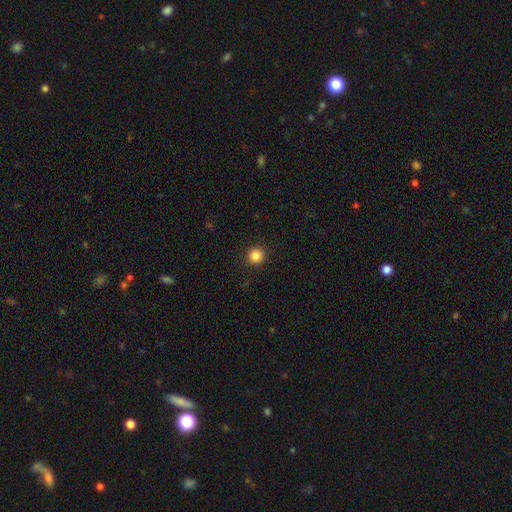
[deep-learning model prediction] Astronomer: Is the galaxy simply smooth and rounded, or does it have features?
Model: smooth — 85%.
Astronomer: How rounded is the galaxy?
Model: round — 94%.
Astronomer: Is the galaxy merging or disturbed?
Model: none — 93%.